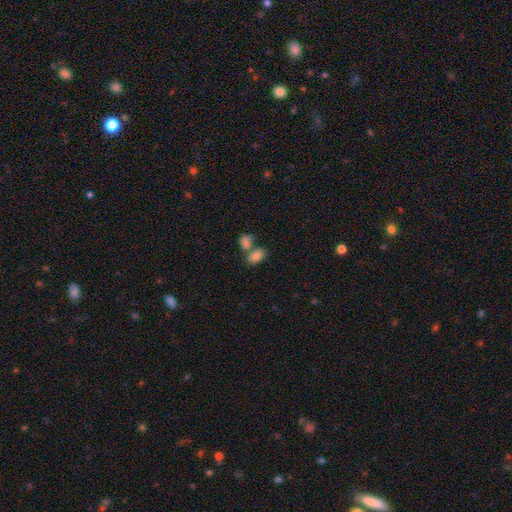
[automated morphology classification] Smooth or featured? Predicted: smooth (p=0.83). How rounded? Predicted: in between (p=0.89). Merging? Predicted: merger (p=0.50).